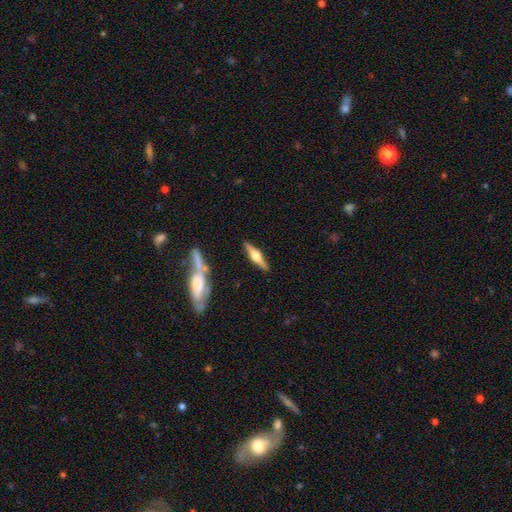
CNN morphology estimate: This is likely a featured or disk galaxy (69%). It is clearly viewed edge-on (96%). Edge-on bulge: clearly rounded (92%). Merging: clearly none (85%).